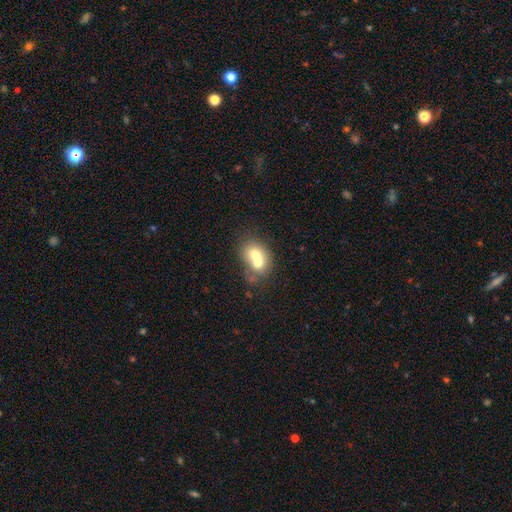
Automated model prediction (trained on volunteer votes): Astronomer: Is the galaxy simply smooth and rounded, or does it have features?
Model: smooth — 63%.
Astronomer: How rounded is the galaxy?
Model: round — 54% (runner-up: in between, 46%).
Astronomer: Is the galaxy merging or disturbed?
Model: merger — 67%.